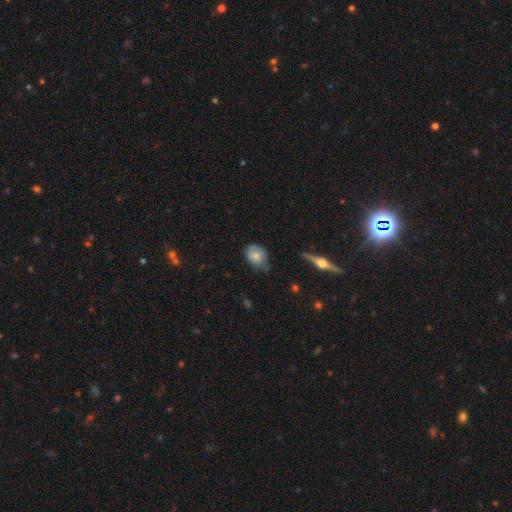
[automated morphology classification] Overall: smooth (66%). How rounded: in between (62%; round 36%). Merging: none (47%; minor disturbance 40%).